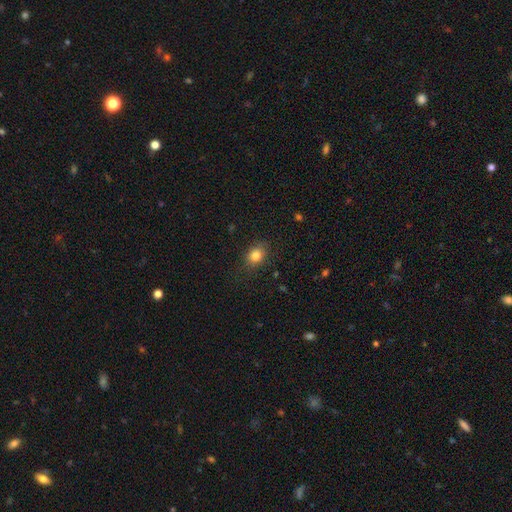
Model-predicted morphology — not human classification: smooth_or_featured: smooth (p=0.81) [alt: star or artifact p=0.11]
how_rounded: in between (p=0.52) [alt: round p=0.47]
merging: none (p=0.81) [alt: minor disturbance p=0.14]